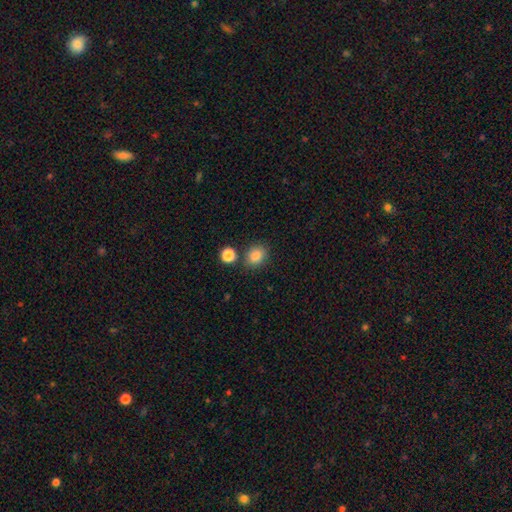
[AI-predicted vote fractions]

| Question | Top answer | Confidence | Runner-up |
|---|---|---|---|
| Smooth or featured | smooth | 84% | star or artifact (11%) |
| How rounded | round | 64% | in between (35%) |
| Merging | none | 77% | minor disturbance (11%) |